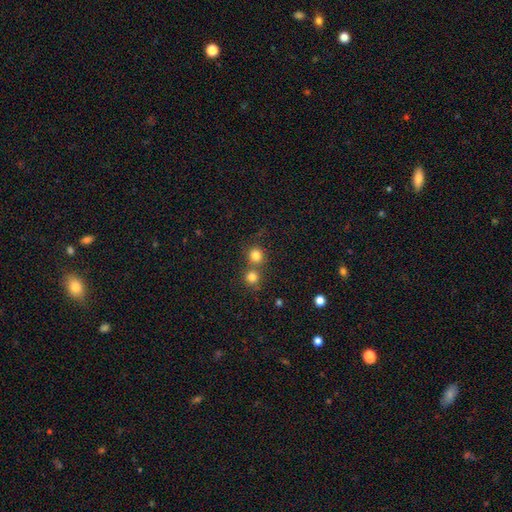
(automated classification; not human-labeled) This appears to be a smooth galaxy with no disk features (80%) that is round (90%). Merging: none (60%).